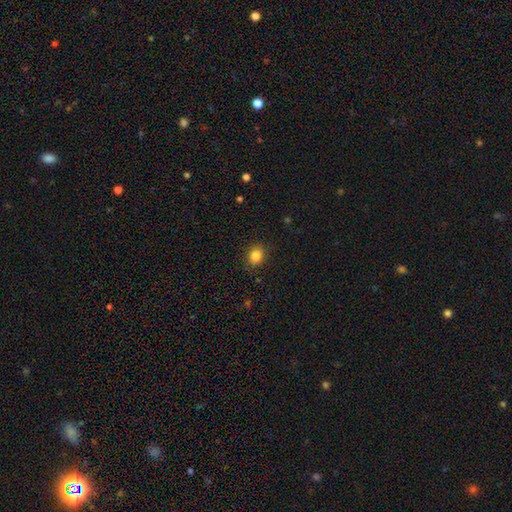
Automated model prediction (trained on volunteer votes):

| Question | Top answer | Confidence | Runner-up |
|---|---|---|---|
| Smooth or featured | smooth | 84% | star or artifact (11%) |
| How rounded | round | 64% | in between (36%) |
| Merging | none | 86% | minor disturbance (10%) |